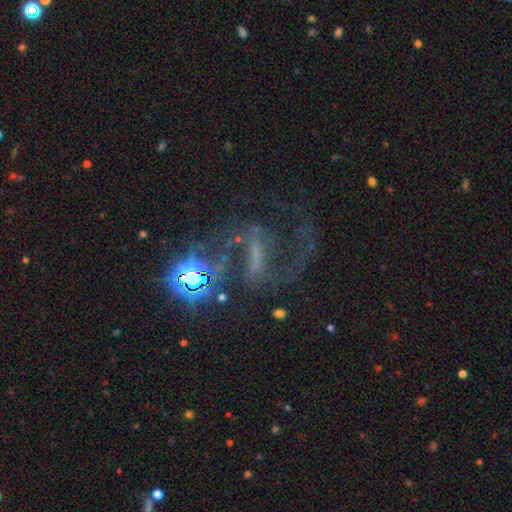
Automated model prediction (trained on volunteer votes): Morphology: type=featured or disk (63%); edge-on=no (92%); bar=strong (65%); spiral arms=yes (81%); bulge=none (53%); merging=none (51%).